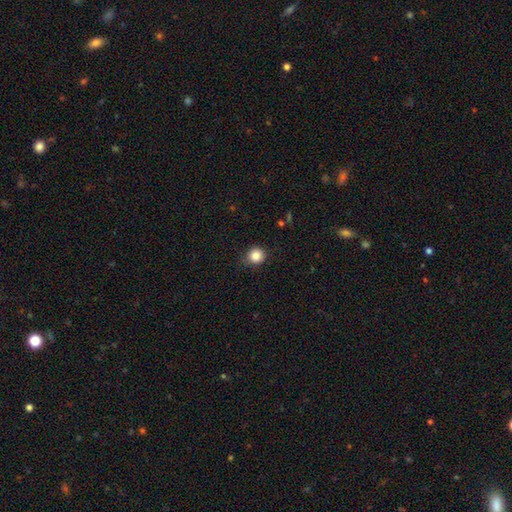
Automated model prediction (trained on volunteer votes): smooth-or-featured: smooth: 84% | star or artifact: 11% | featured or disk: 5%
  how-rounded: round: 90% | in between: 9% | cigar-shaped: 1%
  merging: none: 82% | minor disturbance: 14% | major disturbance: 3% | merger: 1%